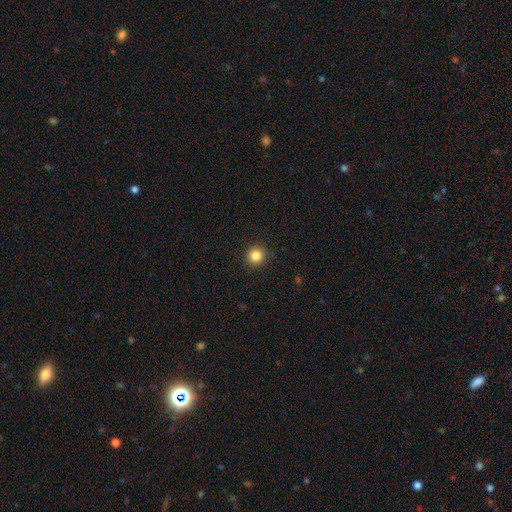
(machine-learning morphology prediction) A smooth galaxy with no disk features (85%) that is round (94%).

Vote fractions:
- Smooth or featured? smooth: 85% / star or artifact: 11% / featured or disk: 4%
- How rounded? round: 94% / in between: 5% / cigar-shaped: 1%
- Merging? none: 93% / minor disturbance: 5% / major disturbance: 2% / merger: 1%